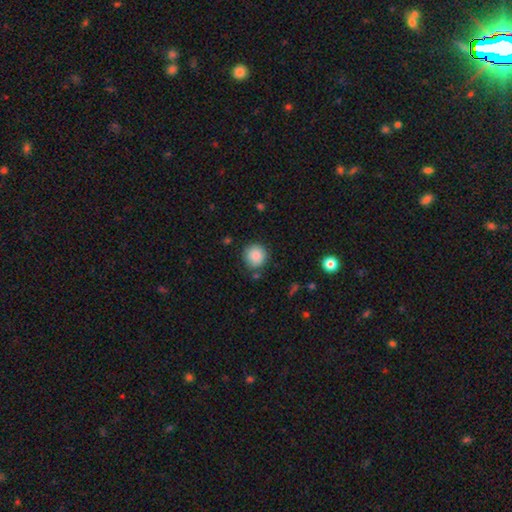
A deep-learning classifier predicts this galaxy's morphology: A smooth galaxy with no disk features (87%) that is round (92%). Merging: none (85%).